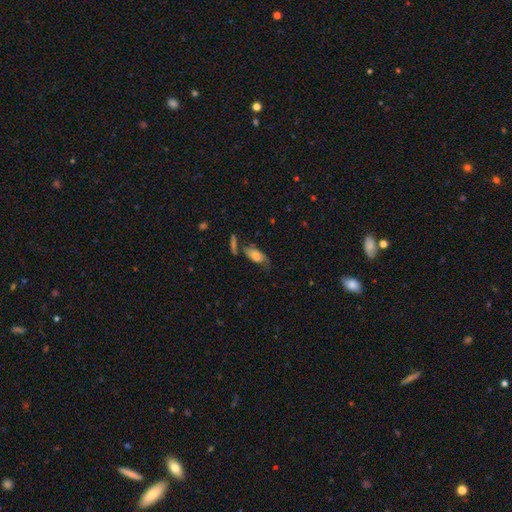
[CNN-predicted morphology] smooth 49%, featured or disk 42%, star or artifact 9%. Down the decision tree: merging — none (47%).